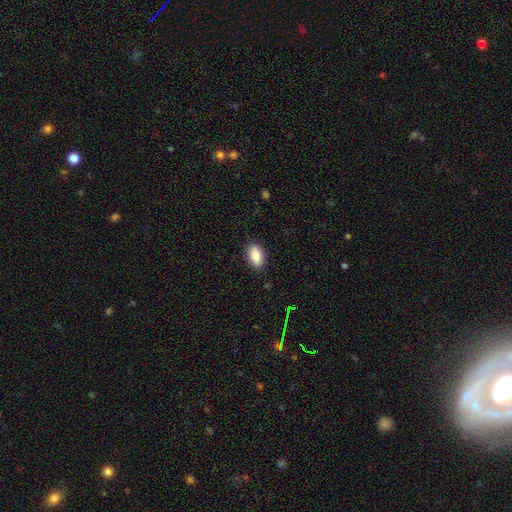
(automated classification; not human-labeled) This appears to be a smooth galaxy with no disk features (88%) that is in between round and cigar-shaped (91%). Merging: none (87%).